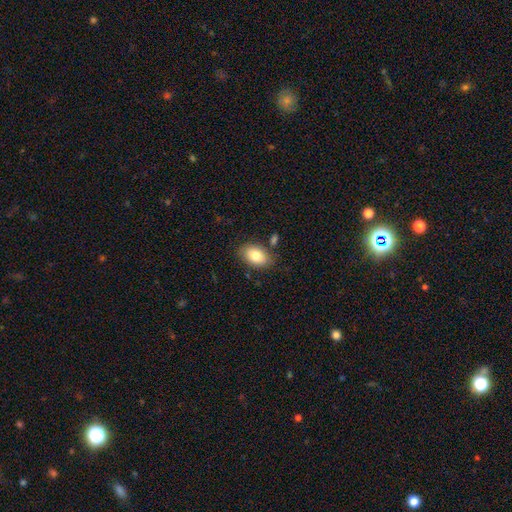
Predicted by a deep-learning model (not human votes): Q: Smooth or featured?
A: smooth (81%); runner-up: featured or disk (11%)
Q: How rounded?
A: in between (88%); runner-up: round (11%)
Q: Merging?
A: none (79%); runner-up: minor disturbance (13%)